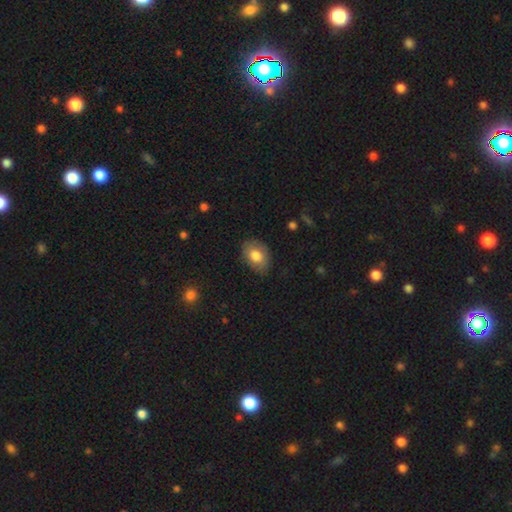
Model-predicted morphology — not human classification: Smooth or featured? Predicted: smooth (p=0.78). How rounded? Predicted: in between (p=0.80). Merging? Predicted: none (p=0.81).